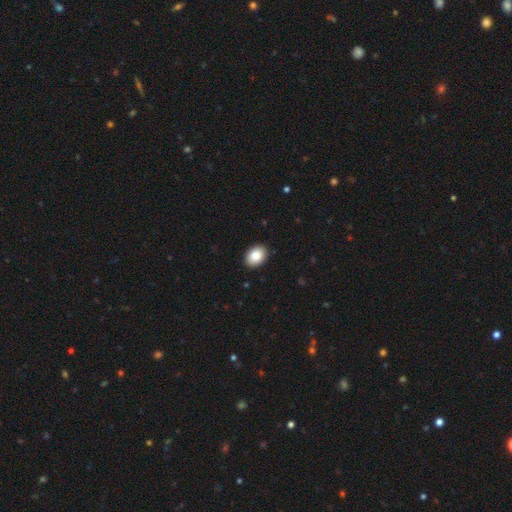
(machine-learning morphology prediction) This appears to be a smooth galaxy with no disk features (86%) that is in between round and cigar-shaped (78%). Merging: none (91%).